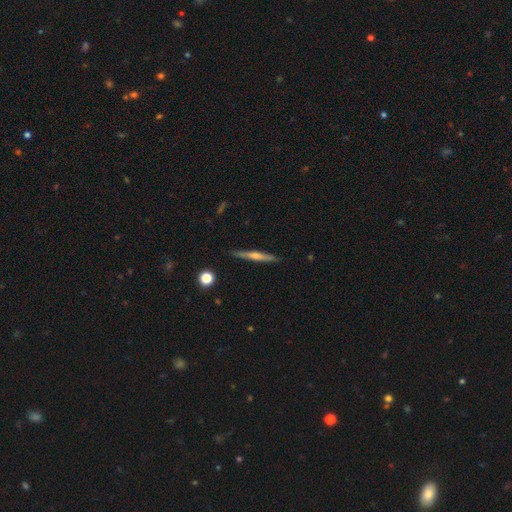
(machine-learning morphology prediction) Overall: featured or disk (56%; smooth 37%). Edge-on disk: yes (97%). Edge-on bulge: rounded (60%; none 32%). Merging: none (89%).